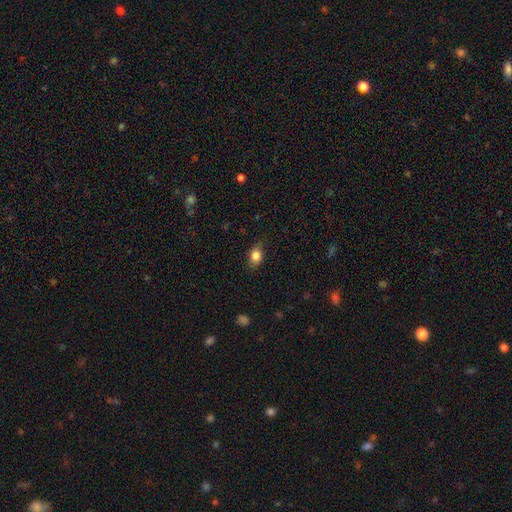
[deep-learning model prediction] The model was most divided on "how rounded": in between: 69%, round: 29%, cigar-shaped: 2%. More confident: smooth or featured — smooth (83%); merging — none (77%).